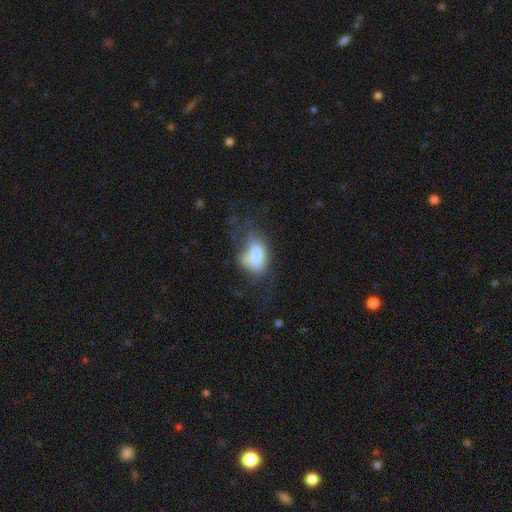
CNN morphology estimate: type=smooth (70%); roundness=in between (85%); merging=major disturbance (39%).